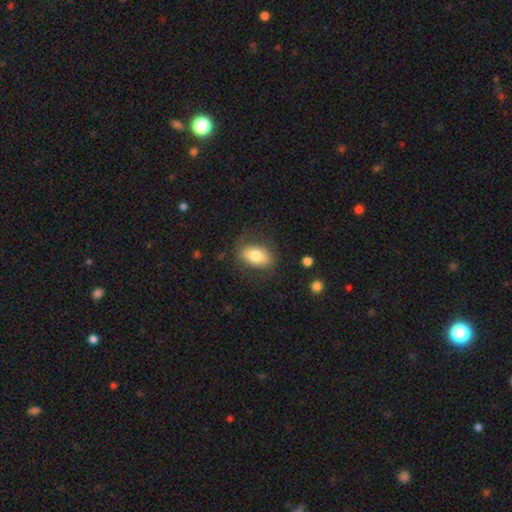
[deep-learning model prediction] Overall: smooth (73%). How rounded: in between (86%). Merging: none (74%).